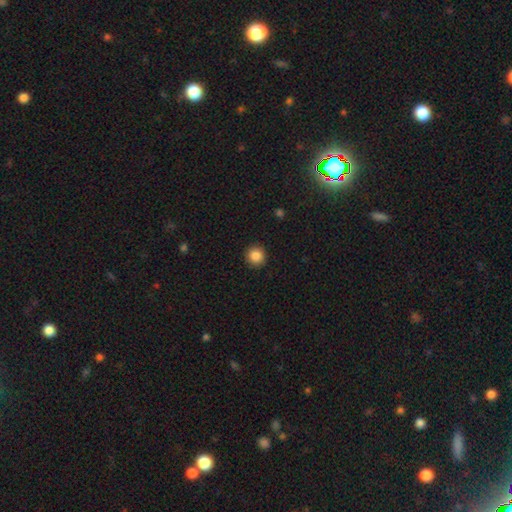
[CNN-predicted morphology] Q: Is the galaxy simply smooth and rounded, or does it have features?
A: smooth — 86%.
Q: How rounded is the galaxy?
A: round — 95%.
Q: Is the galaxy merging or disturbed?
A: none — 93%.